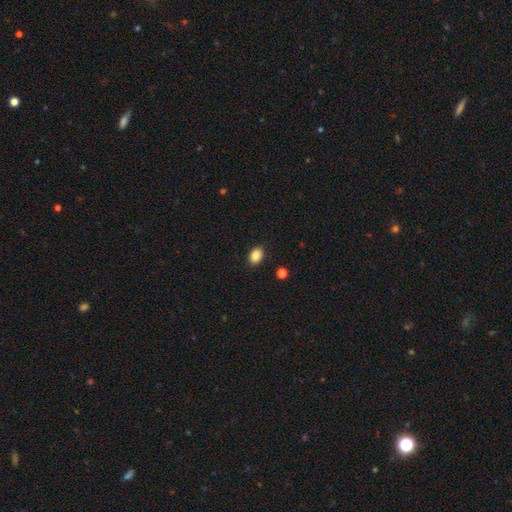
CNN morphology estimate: Smooth or featured: smooth — 87% (star or artifact — 9%)
How rounded: in between — 77% (round — 22%)
Merging: none — 86% (minor disturbance — 10%)